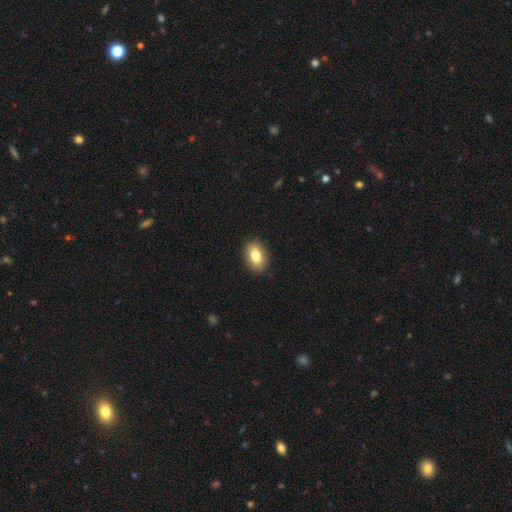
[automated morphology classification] smooth 82%, featured or disk 10%, star or artifact 7%. Down the decision tree: how rounded — in between (87%); merging — none (89%).